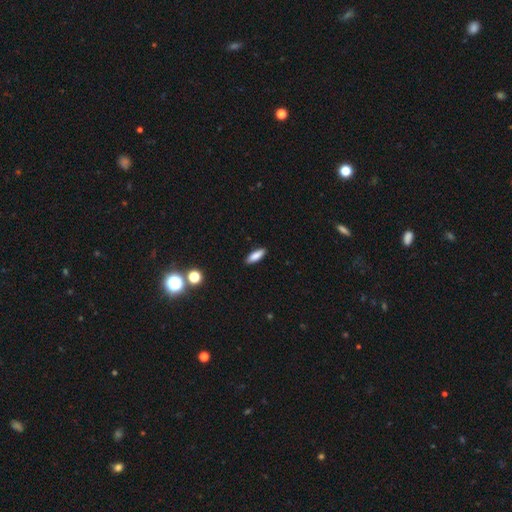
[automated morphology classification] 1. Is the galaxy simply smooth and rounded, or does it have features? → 84% smooth, 9% featured or disk, 7% star or artifact.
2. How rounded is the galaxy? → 56% in between, 42% cigar-shaped, 2% round.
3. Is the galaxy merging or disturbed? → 89% none, 8% minor disturbance, 2% major disturbance, 1% merger.